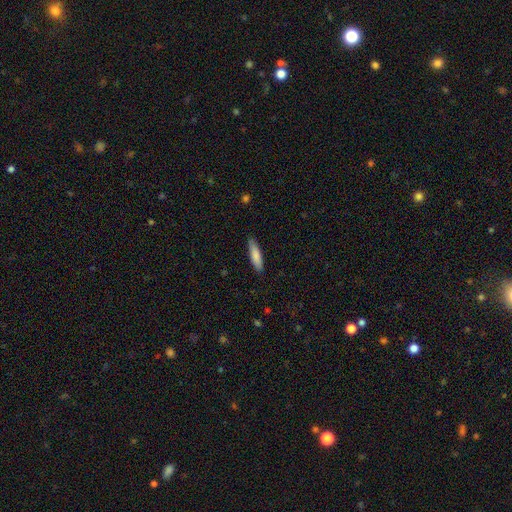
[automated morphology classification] smooth_or_featured: smooth (p=0.83) [alt: featured or disk p=0.12]
how_rounded: cigar-shaped (p=0.68) [alt: in between p=0.30]
merging: none (p=0.83) [alt: minor disturbance p=0.14]